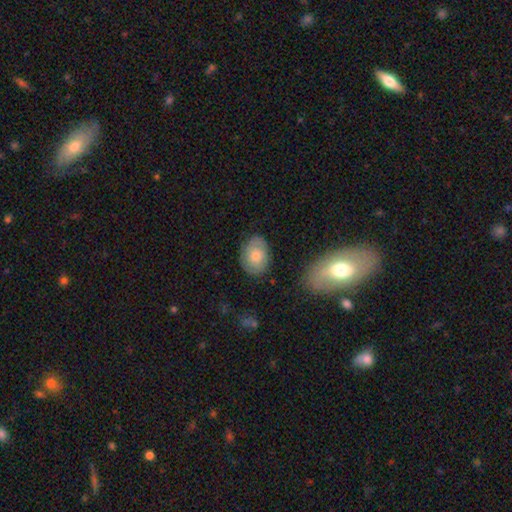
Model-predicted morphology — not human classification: A smooth galaxy with no disk features (70%) that is in between round and cigar-shaped (77%).

Vote fractions:
- Smooth or featured? smooth: 70% / featured or disk: 23% / star or artifact: 7%
- How rounded? in between: 77% / round: 22% / cigar-shaped: 1%
- Merging? none: 78% / minor disturbance: 15% / major disturbance: 4% / merger: 2%